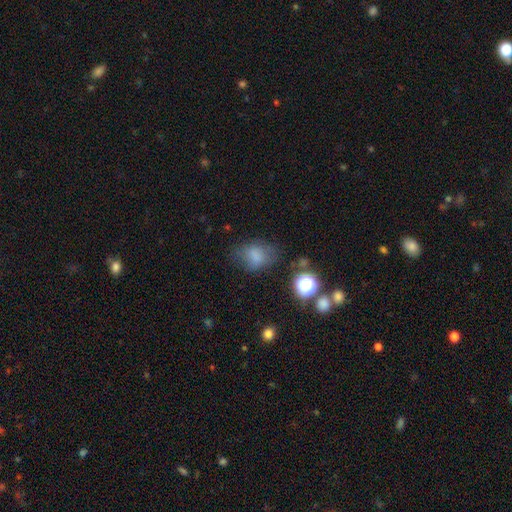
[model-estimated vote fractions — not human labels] smooth 73%, star or artifact 15%, featured or disk 12%. Down the decision tree: how rounded — in between (56%); merging — none (57%).